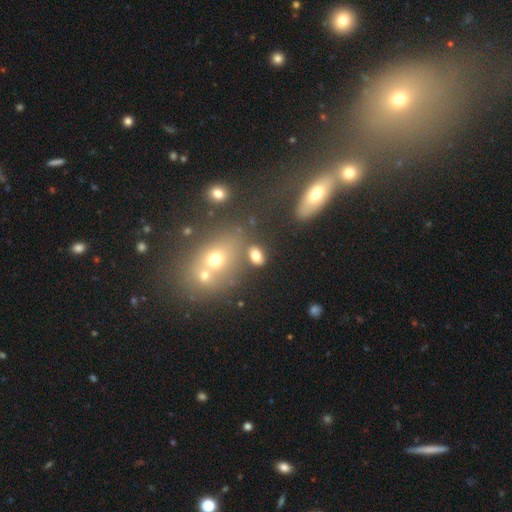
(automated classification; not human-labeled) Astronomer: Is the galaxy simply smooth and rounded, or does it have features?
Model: smooth — 76%.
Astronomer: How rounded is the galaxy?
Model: in between — 82%.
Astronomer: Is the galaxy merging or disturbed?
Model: none — 65%.